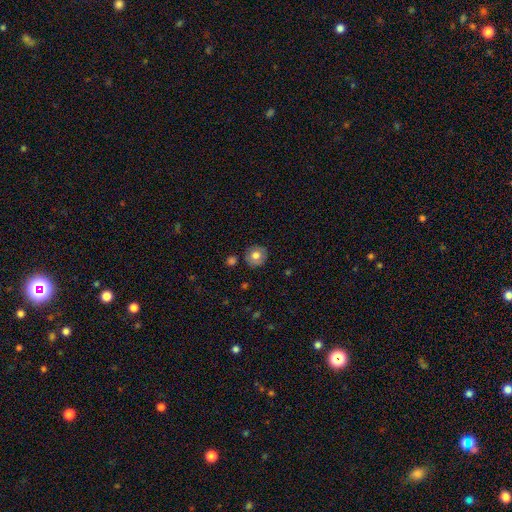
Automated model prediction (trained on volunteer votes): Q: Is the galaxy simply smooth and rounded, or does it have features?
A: smooth — 75%.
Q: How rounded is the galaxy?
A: round — 87%.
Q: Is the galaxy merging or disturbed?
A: none — 84%.